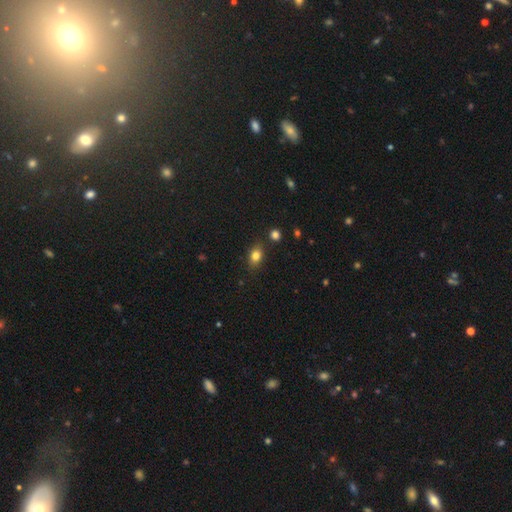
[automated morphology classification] smooth-or-featured: smooth: 81% | star or artifact: 11% | featured or disk: 8%
  how-rounded: in between: 73% | round: 24% | cigar-shaped: 2%
  merging: none: 81% | minor disturbance: 13% | merger: 3% | major disturbance: 3%